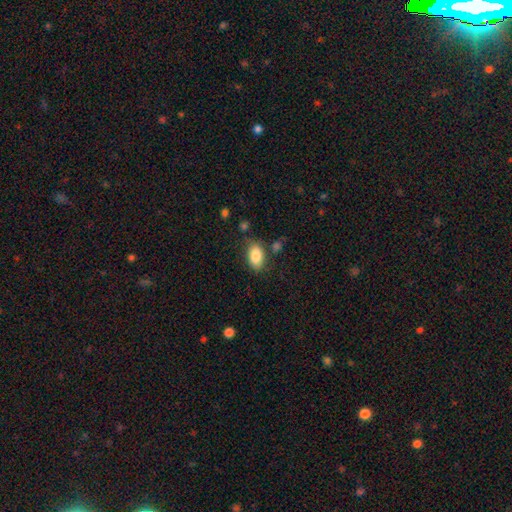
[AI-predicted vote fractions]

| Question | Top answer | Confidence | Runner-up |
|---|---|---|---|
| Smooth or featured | smooth | 85% | featured or disk (7%) |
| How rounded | in between | 90% | round (8%) |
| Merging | none | 75% | minor disturbance (16%) |